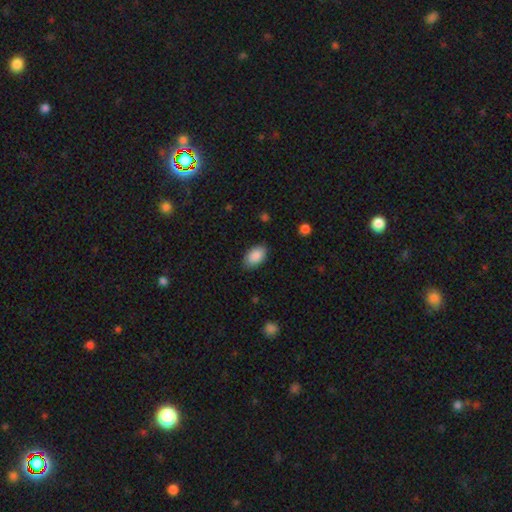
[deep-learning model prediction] This is clearly a smooth galaxy (89%). How rounded: clearly in between (93%). Merging: clearly none (84%).